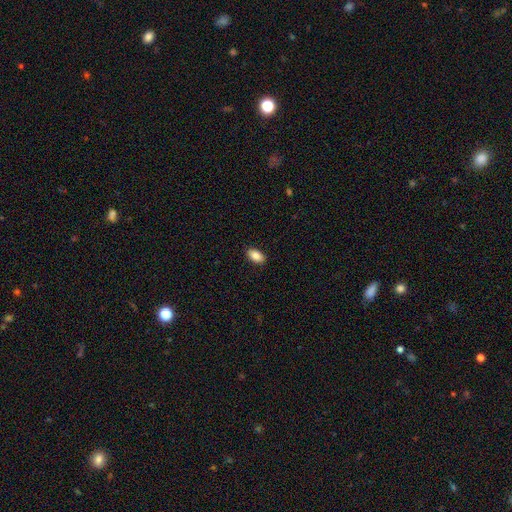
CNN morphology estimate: This is clearly a smooth galaxy (87%). How rounded: clearly in between (92%). Merging: clearly none (89%).